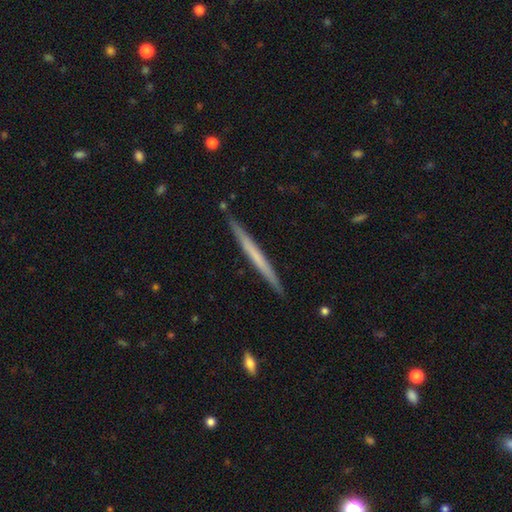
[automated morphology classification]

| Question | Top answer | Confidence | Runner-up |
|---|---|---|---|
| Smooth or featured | smooth | 48% | featured or disk (47%) |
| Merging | none | 91% | minor disturbance (7%) |